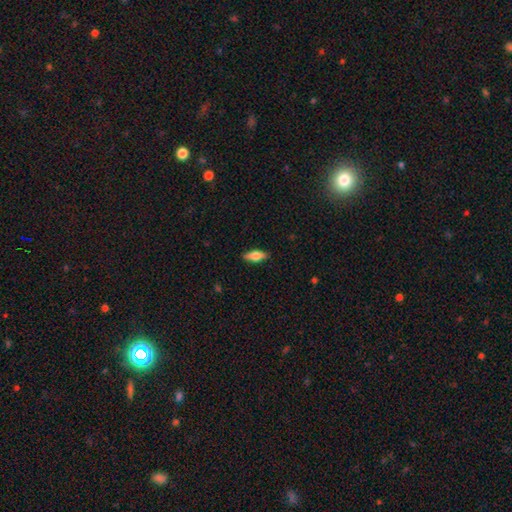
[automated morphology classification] This appears to be a smooth galaxy with no disk features (64%) that is in between round and cigar-shaped (71%). Merging: none (87%).